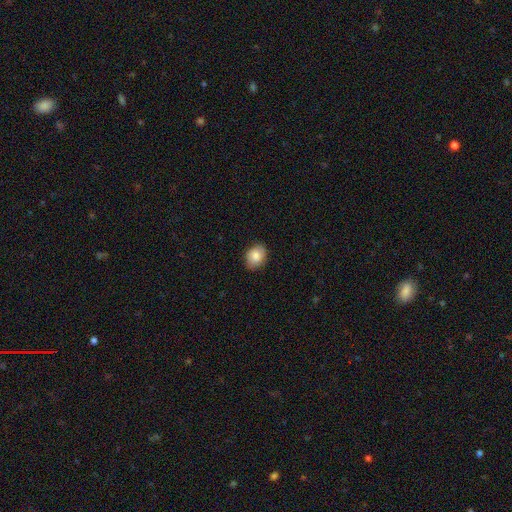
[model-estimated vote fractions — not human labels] The model was most divided on "how rounded": in between: 58%, round: 41%, cigar-shaped: 1%. More confident: merging — none (84%); smooth or featured — smooth (83%).